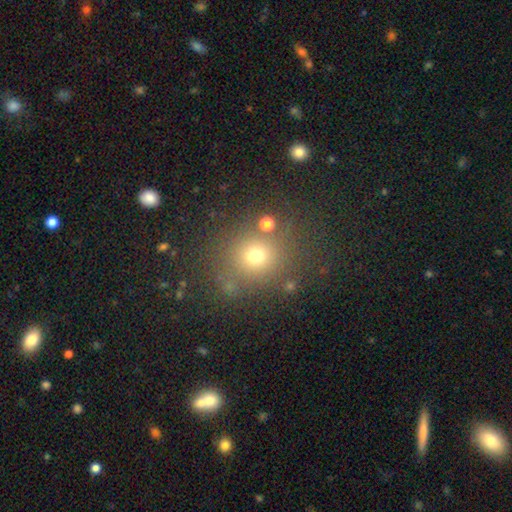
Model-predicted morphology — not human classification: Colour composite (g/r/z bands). It shows a smooth galaxy with no disk features (69%) that is round (86%). Merging: none (77%).